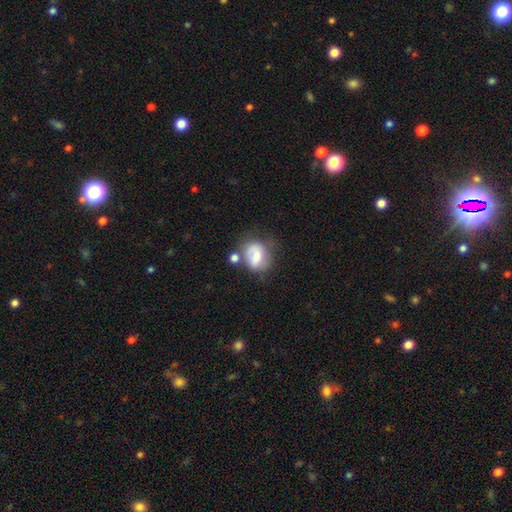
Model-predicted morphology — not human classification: Q: Smooth or featured?
A: smooth (61%); runner-up: featured or disk (30%)
Q: How rounded?
A: in between (50%); runner-up: round (49%)
Q: Merging?
A: none (42%); runner-up: minor disturbance (25%)